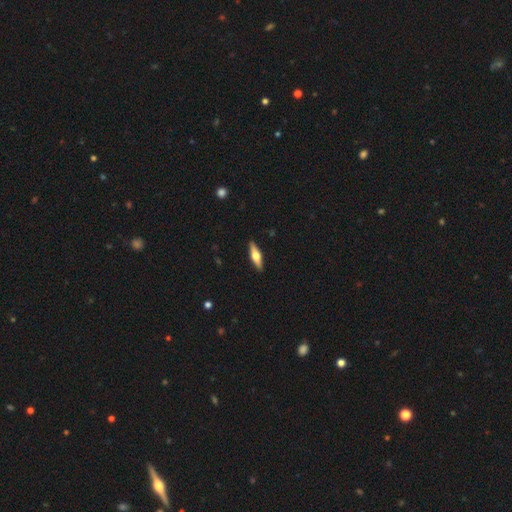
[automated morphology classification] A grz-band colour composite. It shows a featured or disk galaxy (55%) viewed edge-on (94%) with a rounded central bulge (94%). Merging: none (90%).